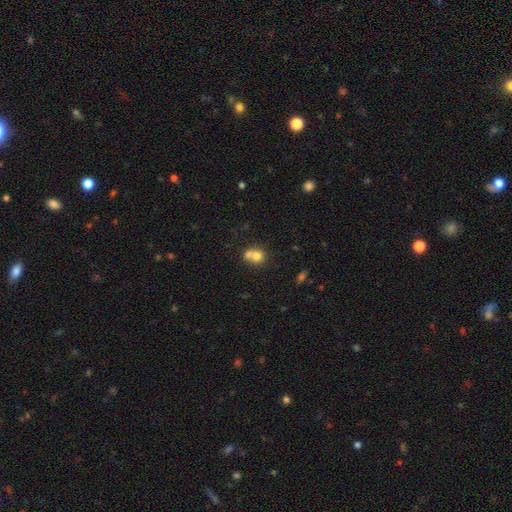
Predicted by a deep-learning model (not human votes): Smooth or featured: smooth — 72% (featured or disk — 17%)
How rounded: round — 73% (in between — 26%)
Merging: merger — 60% (none — 29%)